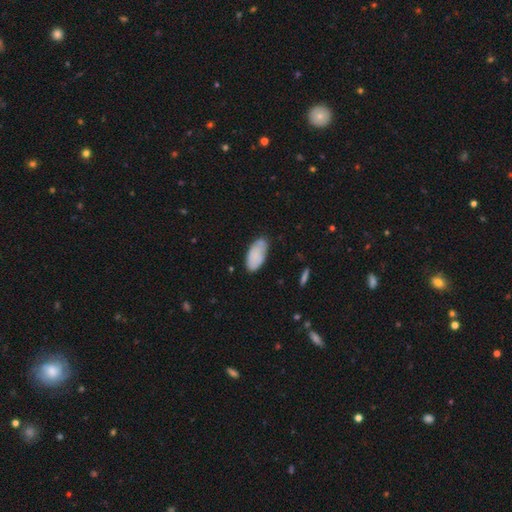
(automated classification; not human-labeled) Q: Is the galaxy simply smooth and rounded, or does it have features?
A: smooth — 81%.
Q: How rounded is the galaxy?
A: in between — 93%.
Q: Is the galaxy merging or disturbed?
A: none — 71%.